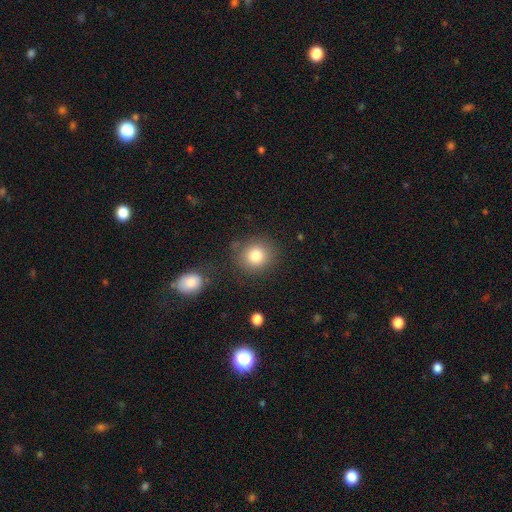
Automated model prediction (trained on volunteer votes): smooth_or_featured: smooth (p=0.82) [alt: star or artifact p=0.10]
how_rounded: round (p=0.86) [alt: in between p=0.13]
merging: none (p=0.81) [alt: minor disturbance p=0.11]